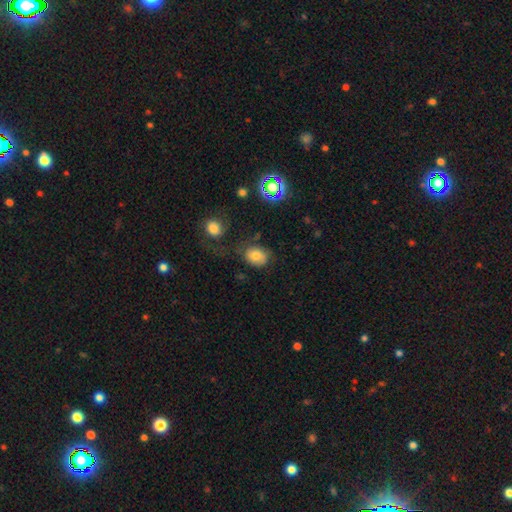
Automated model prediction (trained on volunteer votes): Smooth or featured? smooth (74%)
How rounded? in between (59%)
Merging? none (57%)